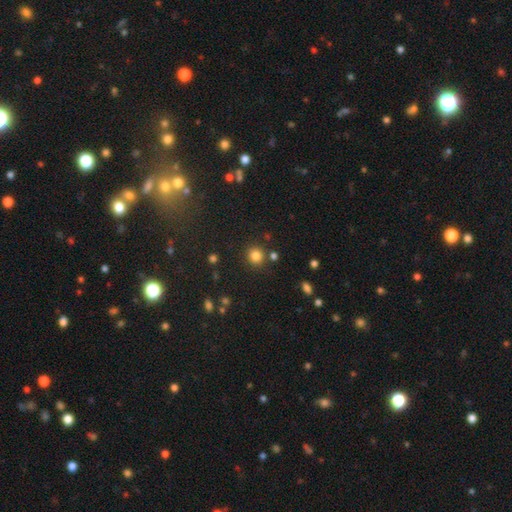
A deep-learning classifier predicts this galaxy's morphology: Q: Smooth or featured?
A: smooth (82%); runner-up: star or artifact (13%)
Q: How rounded?
A: round (88%); runner-up: in between (11%)
Q: Merging?
A: none (84%); runner-up: minor disturbance (8%)